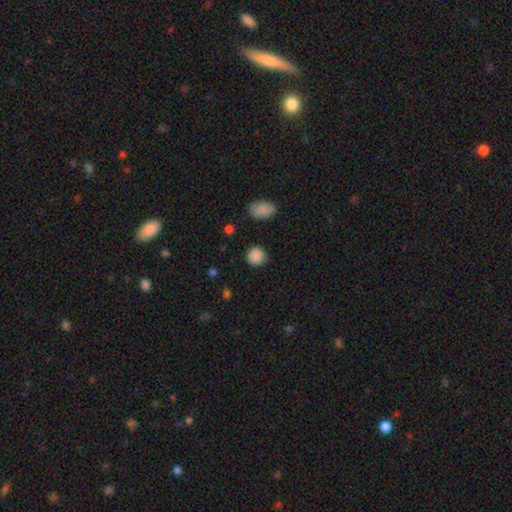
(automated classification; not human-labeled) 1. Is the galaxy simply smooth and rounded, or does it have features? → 87% smooth, 9% star or artifact, 4% featured or disk.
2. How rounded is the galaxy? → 87% round, 12% in between, 1% cigar-shaped.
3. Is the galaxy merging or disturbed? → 81% none, 14% minor disturbance, 3% major disturbance, 2% merger.